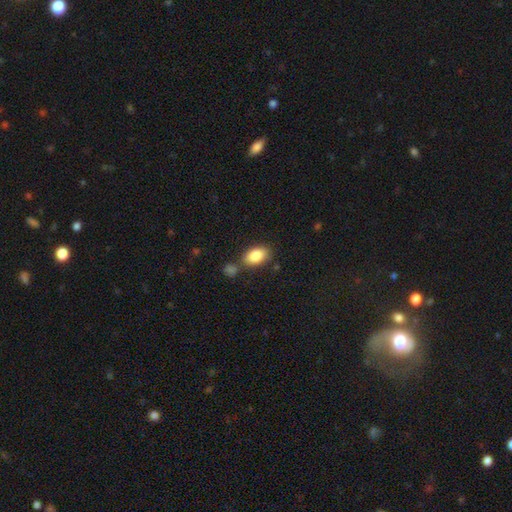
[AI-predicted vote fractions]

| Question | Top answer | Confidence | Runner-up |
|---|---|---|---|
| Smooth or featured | smooth | 85% | featured or disk (8%) |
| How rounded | in between | 90% | round (8%) |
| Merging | none | 69% | minor disturbance (14%) |